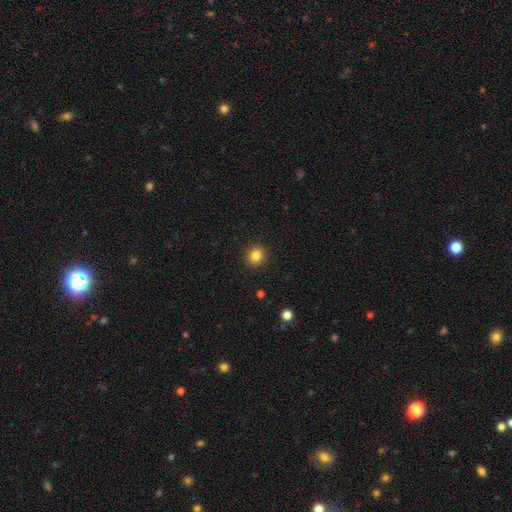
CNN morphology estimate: Overall: smooth (84%). How rounded: round (87%). Merging: none (92%).